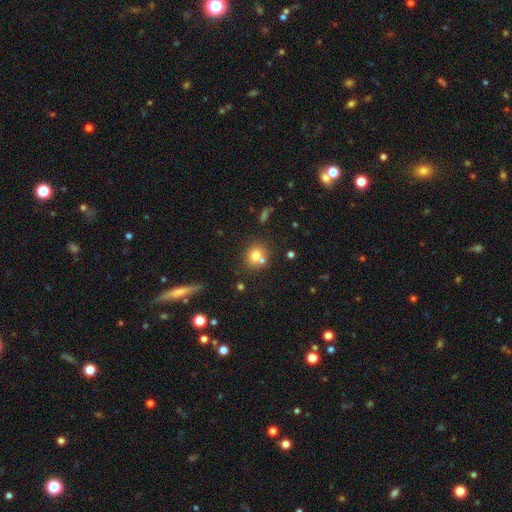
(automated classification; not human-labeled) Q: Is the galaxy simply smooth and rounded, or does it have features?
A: smooth — 73%.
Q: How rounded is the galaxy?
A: round — 80%.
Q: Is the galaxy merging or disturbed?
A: none — 58%.